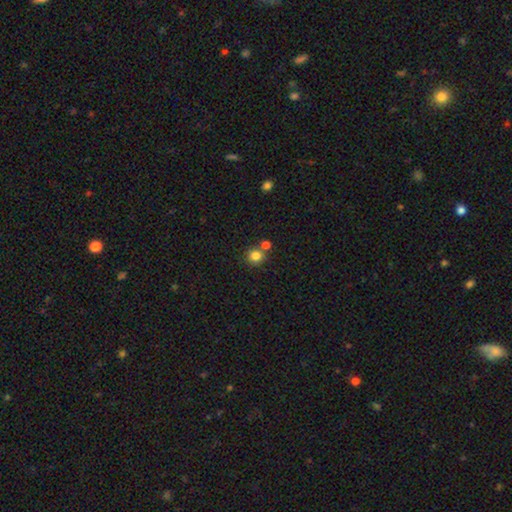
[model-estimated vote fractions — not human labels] Q: Smooth or featured?
A: smooth (82%); runner-up: star or artifact (12%)
Q: How rounded?
A: round (89%); runner-up: in between (10%)
Q: Merging?
A: none (70%); runner-up: merger (19%)